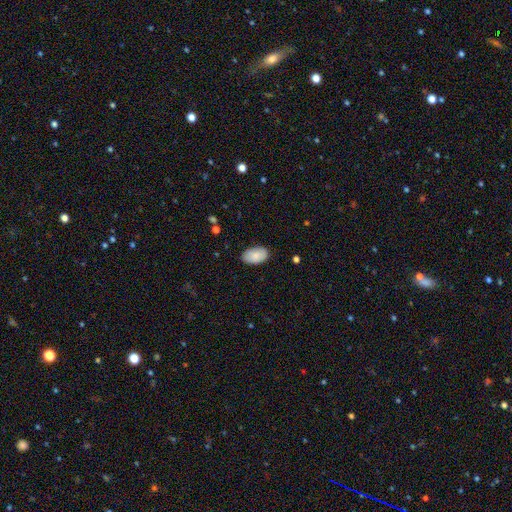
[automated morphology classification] Smooth or featured? smooth (85%)
How rounded? in between (95%)
Merging? none (84%)